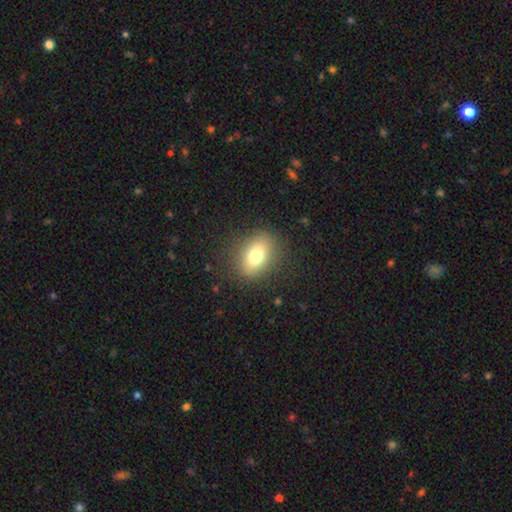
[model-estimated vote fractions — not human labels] This is likely a smooth galaxy (75%). How rounded: likely in between (67%). Merging: clearly none (86%).